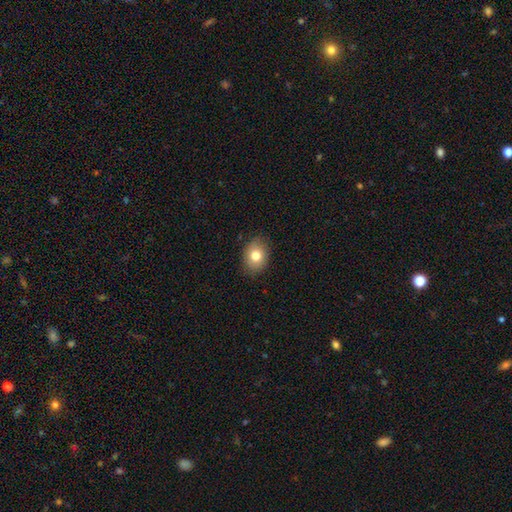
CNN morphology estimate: type=smooth (79%); roundness=in between (59%); merging=none (86%).